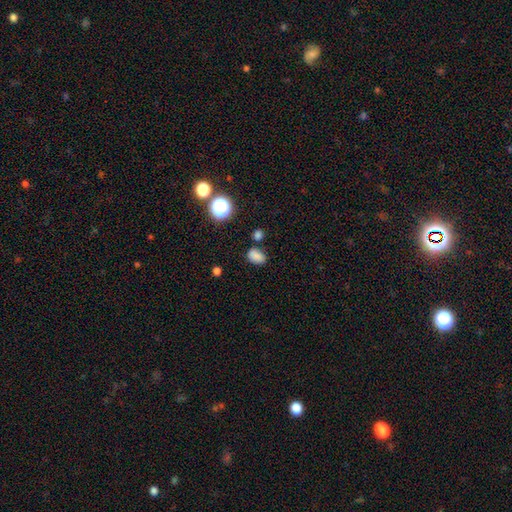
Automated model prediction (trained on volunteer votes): A smooth galaxy with no disk features (81%) that is in between round and cigar-shaped (80%).

Vote fractions:
- Smooth or featured? smooth: 81% / star or artifact: 14% / featured or disk: 5%
- How rounded? in between: 80% / round: 18% / cigar-shaped: 1%
- Merging? none: 71% / minor disturbance: 17% / merger: 9% / major disturbance: 4%